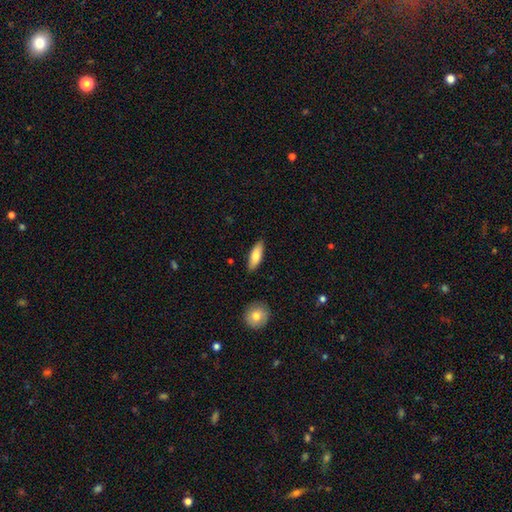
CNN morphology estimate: type=smooth (80%); roundness=in between (64%); merging=none (86%).